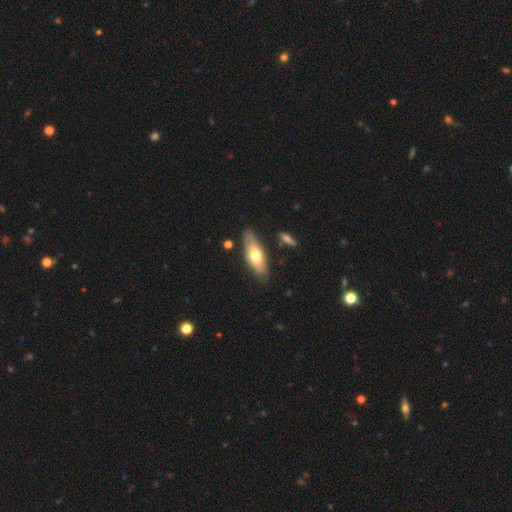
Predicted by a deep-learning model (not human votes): Q: Smooth or featured?
A: smooth (64%); runner-up: featured or disk (30%)
Q: How rounded?
A: in between (72%); runner-up: cigar-shaped (25%)
Q: Merging?
A: none (77%); runner-up: minor disturbance (16%)